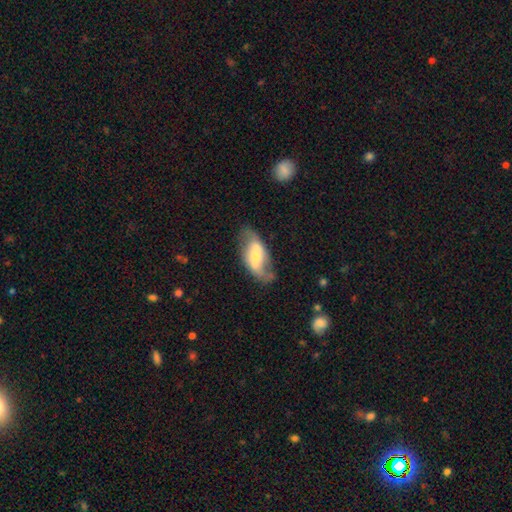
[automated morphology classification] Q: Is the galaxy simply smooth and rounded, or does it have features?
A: featured or disk — 66%.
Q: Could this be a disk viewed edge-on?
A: no — 92%.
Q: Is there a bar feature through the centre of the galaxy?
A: strong — 43%.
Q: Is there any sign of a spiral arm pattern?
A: yes — 81%.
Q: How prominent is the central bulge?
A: small — 45%.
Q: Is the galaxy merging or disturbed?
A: none — 64%.